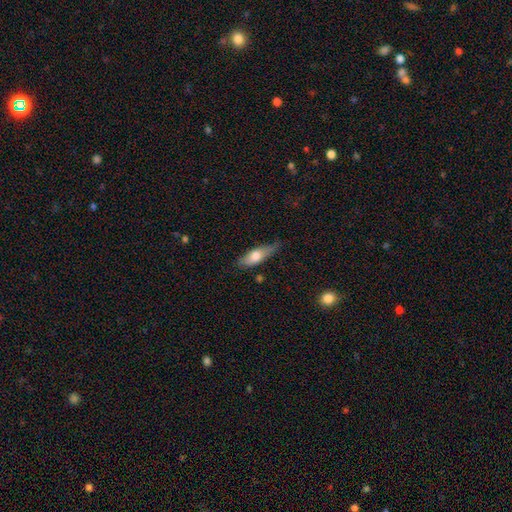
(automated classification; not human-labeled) smooth_or_featured: smooth (p=0.68) [alt: featured or disk p=0.26]
how_rounded: in between (p=0.59) [alt: cigar-shaped p=0.39]
merging: none (p=0.61) [alt: minor disturbance p=0.30]